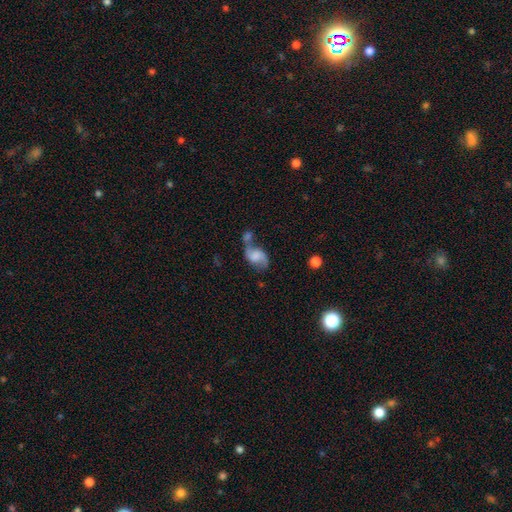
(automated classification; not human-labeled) smooth-or-featured: featured or disk: 63% | smooth: 28% | star or artifact: 9%
  disk-edge-on: no: 97% | yes: 3%
    bar: no: 51% | weak: 39% | strong: 9%
    has-spiral-arms: yes: 89% | no: 11%
      spiral-winding: loose: 66% | medium: 27% | tight: 7%
      spiral-arm-count: 2: 88% | 1: 5% | can't tell: 4% | 3: 1% | 4: 1% | more than 4: 1%
    bulge-size: none: 35% | moderate: 25% | small: 23% | large: 15% | dominant: 3%
  merging: merger: 37% | none: 34% | minor disturbance: 18% | major disturbance: 11%